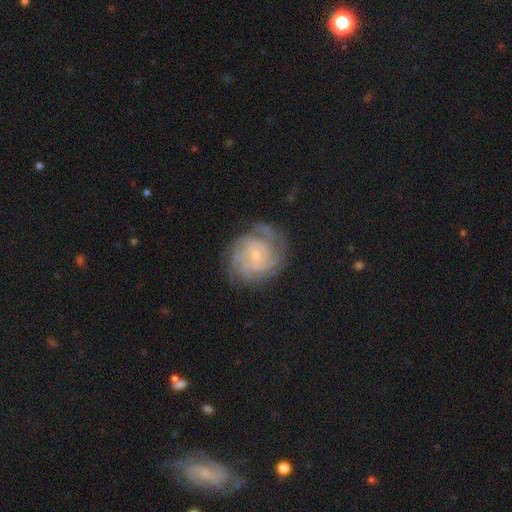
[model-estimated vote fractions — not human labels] The model was most divided on "spiral arm count": can't tell: 29%, 4: 27%, 3: 16%, 2: 11%, more than 4: 10%, 1: 7%. More confident: edge-on disk — no (98%); spiral arms — yes (96%); smooth or featured — featured or disk (84%); bulge size — small (74%); merging — none (74%); spiral winding — tight (69%); bar — no (59%).